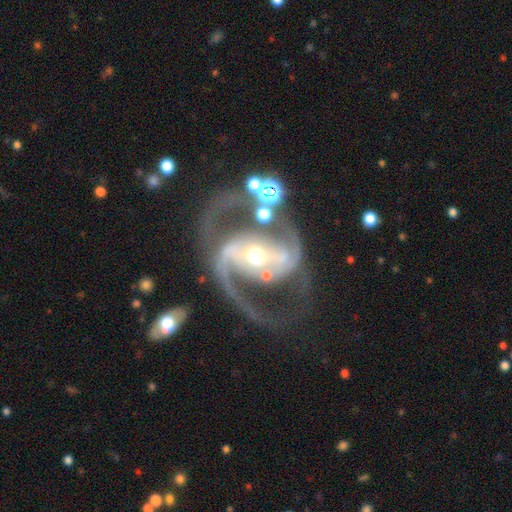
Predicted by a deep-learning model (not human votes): smooth_or_featured: featured or disk (p=0.91) [alt: star or artifact p=0.05]
disk_edge_on: no (p=0.97) [alt: yes p=0.03]
bar: strong (p=0.58) [alt: weak p=0.26]
has_spiral_arms: yes (p=0.96) [alt: no p=0.04]
spiral_winding: medium (p=0.59) [alt: loose p=0.23]
spiral_arm_count: 2 (p=0.91) [alt: can't tell p=0.03]
bulge_size: moderate (p=0.60) [alt: small p=0.31]
merging: none (p=0.58) [alt: major disturbance p=0.19]